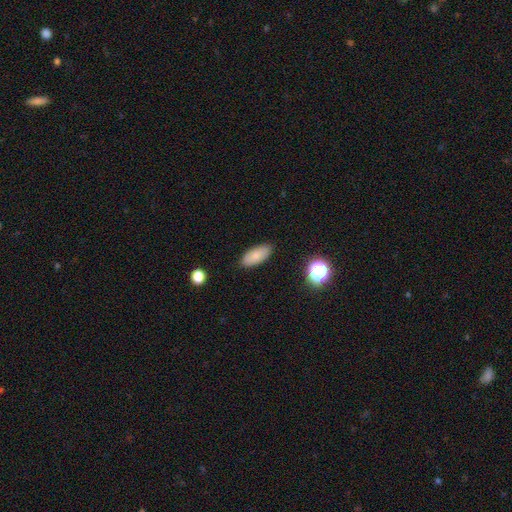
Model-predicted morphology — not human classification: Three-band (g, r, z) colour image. It shows a smooth galaxy with no disk features (82%) that is in between round and cigar-shaped (87%). Merging: none (88%).